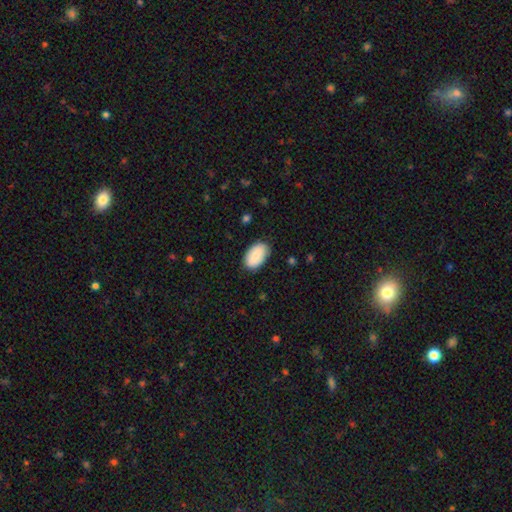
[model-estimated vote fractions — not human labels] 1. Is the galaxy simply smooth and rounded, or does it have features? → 86% smooth, 7% featured or disk, 6% star or artifact.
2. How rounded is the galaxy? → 94% in between, 5% round, 1% cigar-shaped.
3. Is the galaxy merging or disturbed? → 83% none, 13% minor disturbance, 3% major disturbance, 1% merger.